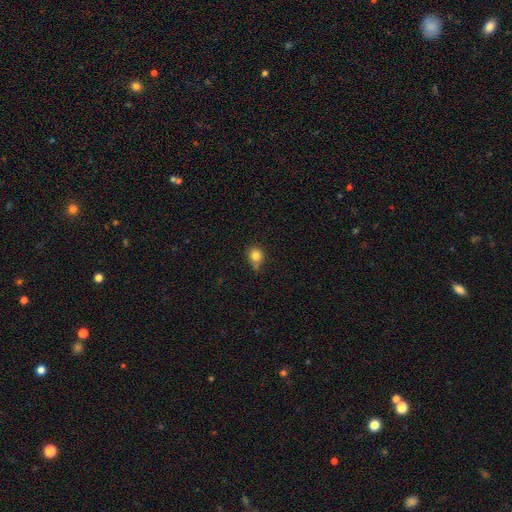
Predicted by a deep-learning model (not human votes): Smooth or featured? smooth (82%)
How rounded? round (85%)
Merging? none (65%)